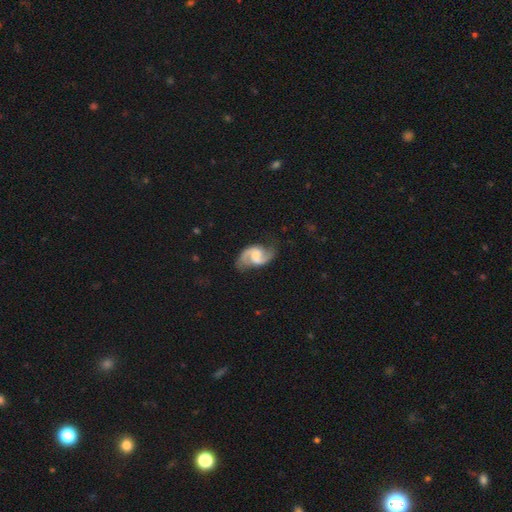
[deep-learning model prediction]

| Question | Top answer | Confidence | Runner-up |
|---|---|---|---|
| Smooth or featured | featured or disk | 88% | smooth (8%) |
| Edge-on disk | no | 98% | yes (2%) |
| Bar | weak | 51% | no (37%) |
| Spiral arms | yes | 97% | no (3%) |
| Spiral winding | medium | 49% | loose (39%) |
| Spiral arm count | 2 | 93% | can't tell (2%) |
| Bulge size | moderate | 35% | tied: small (35%) |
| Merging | none | 75% | minor disturbance (17%) |